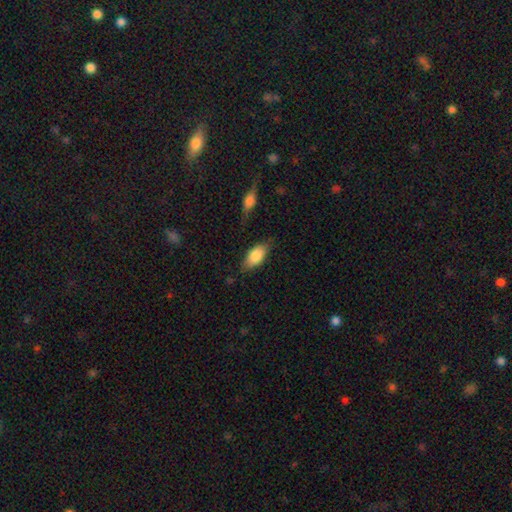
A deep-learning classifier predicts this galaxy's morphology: Smooth or featured? Predicted: smooth (p=0.84). How rounded? Predicted: in between (p=0.90). Merging? Predicted: none (p=0.73).